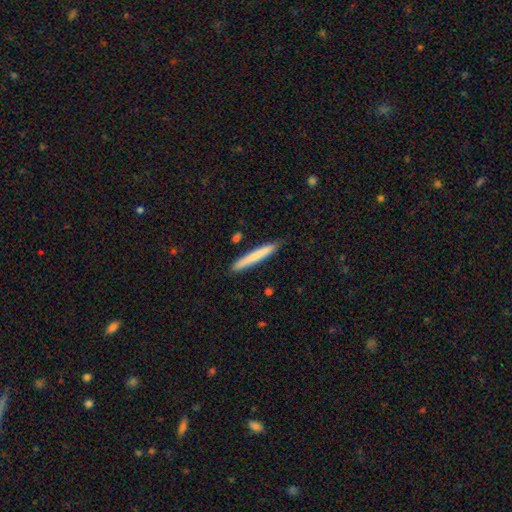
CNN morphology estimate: A smooth galaxy with no disk features (74%) that is cigar-shaped (96%). Merging: none (86%).